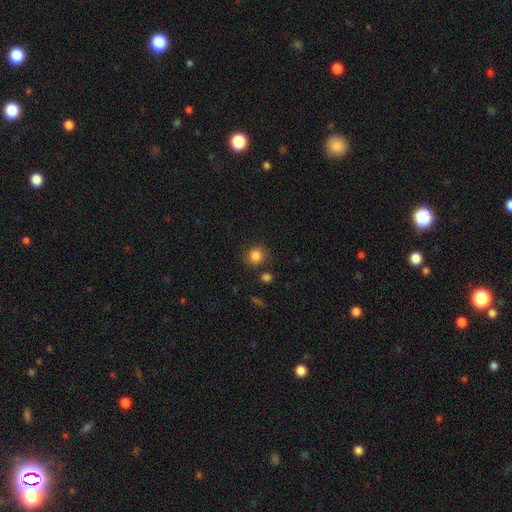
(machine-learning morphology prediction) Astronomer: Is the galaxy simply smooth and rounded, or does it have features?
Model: smooth — 83%.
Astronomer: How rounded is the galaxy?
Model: round — 83%.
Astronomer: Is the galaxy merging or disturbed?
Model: none — 76%.